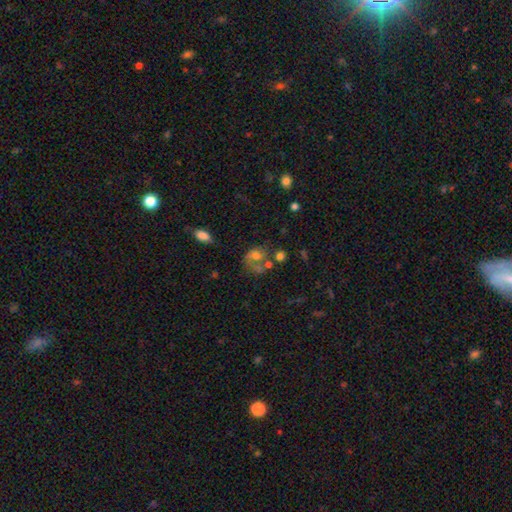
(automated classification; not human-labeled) A smooth galaxy with no disk features (51%) that is in between round and cigar-shaped (54%).

Vote fractions:
- Smooth or featured? smooth: 51% / featured or disk: 36% / star or artifact: 13%
- How rounded? in between: 54% / round: 44% / cigar-shaped: 2%
- Merging? major disturbance: 29% / none: 28% / merger: 24% / minor disturbance: 18%